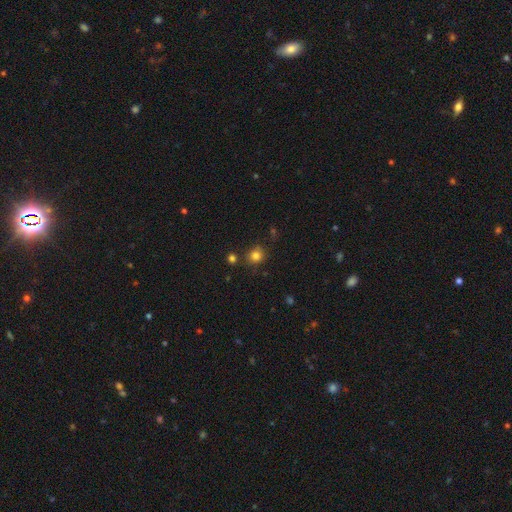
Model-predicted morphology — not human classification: Smooth or featured? smooth (81%)
How rounded? round (81%)
Merging? none (80%)